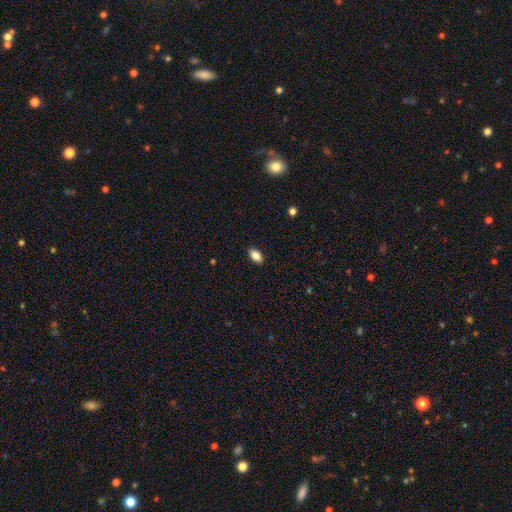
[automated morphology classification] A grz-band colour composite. It shows a smooth galaxy with no disk features (87%) that is in between round and cigar-shaped (91%). Merging: none (89%).